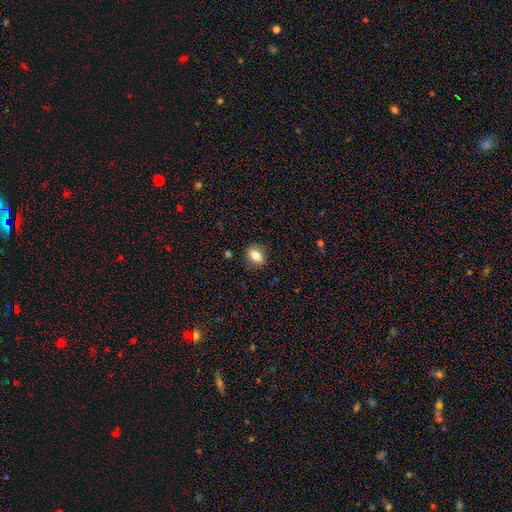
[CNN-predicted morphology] A smooth galaxy with no disk features (82%) that is in between round and cigar-shaped (66%).

Vote fractions:
- Smooth or featured? smooth: 82% / featured or disk: 9% / star or artifact: 9%
- How rounded? in between: 66% / round: 32% / cigar-shaped: 2%
- Merging? none: 87% / minor disturbance: 9% / major disturbance: 2% / merger: 1%